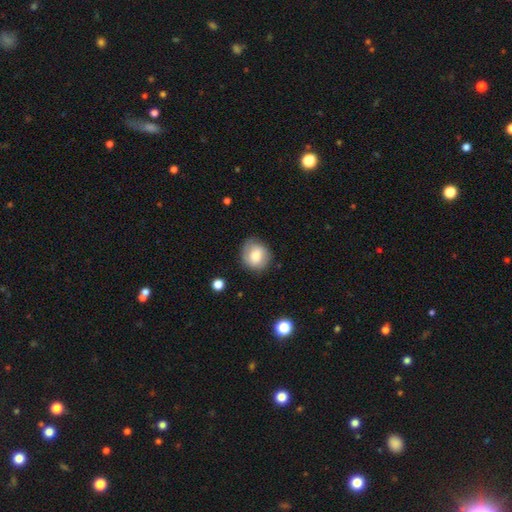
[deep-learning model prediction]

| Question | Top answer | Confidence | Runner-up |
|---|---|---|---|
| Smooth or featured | smooth | 62% | featured or disk (30%) |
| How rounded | round | 79% | in between (20%) |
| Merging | none | 76% | minor disturbance (17%) |